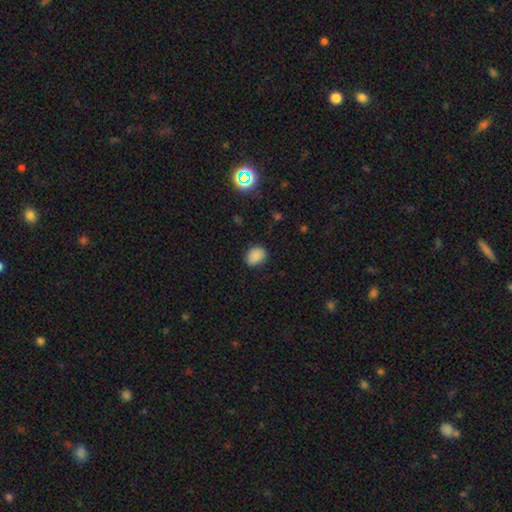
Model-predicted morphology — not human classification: smooth 85%, star or artifact 11%, featured or disk 4%. Down the decision tree: how rounded — in between (67%); merging — none (82%).